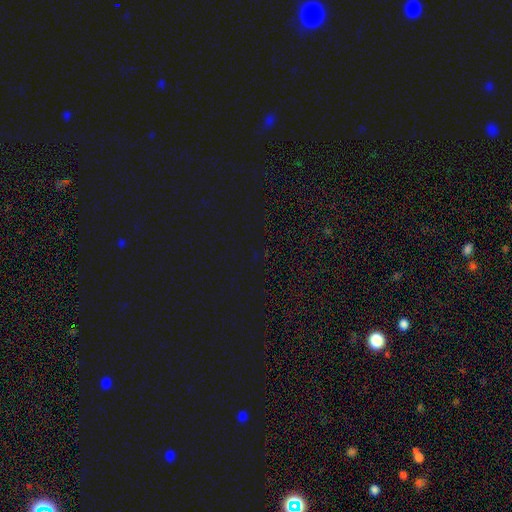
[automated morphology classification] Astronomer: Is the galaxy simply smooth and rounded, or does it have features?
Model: star or artifact — 80%.